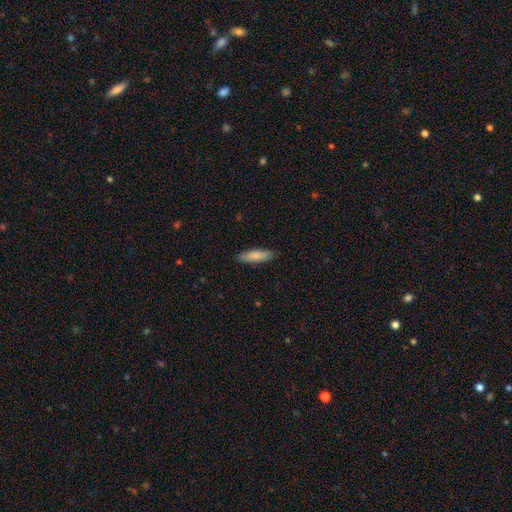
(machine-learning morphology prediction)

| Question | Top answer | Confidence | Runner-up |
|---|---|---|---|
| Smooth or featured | smooth | 85% | featured or disk (9%) |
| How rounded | cigar-shaped | 57% | in between (41%) |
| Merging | none | 88% | minor disturbance (9%) |